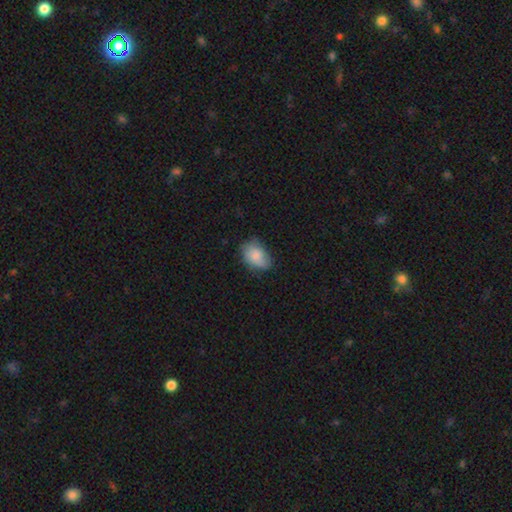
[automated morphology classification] smooth_or_featured: smooth (p=0.81) [alt: featured or disk p=0.12]
how_rounded: in between (p=0.86) [alt: round p=0.13]
merging: none (p=0.64) [alt: minor disturbance p=0.28]